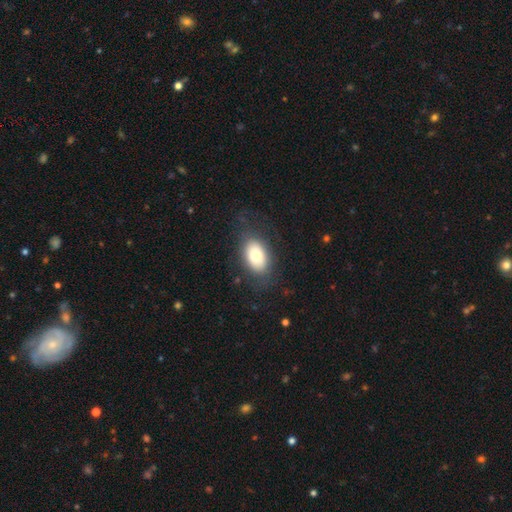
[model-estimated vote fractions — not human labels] Overall: smooth (73%). How rounded: in between (90%). Merging: none (77%).